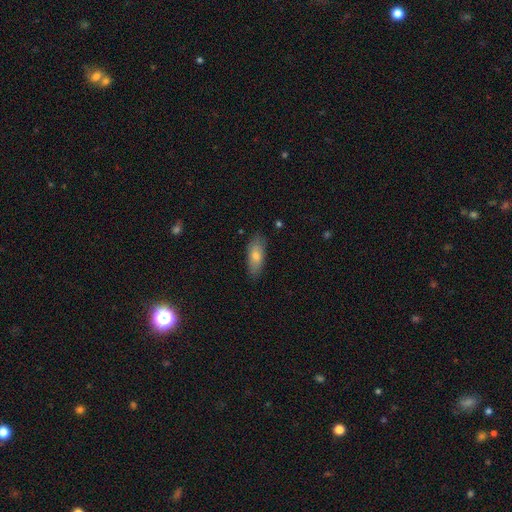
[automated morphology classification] Overall: smooth (71%). How rounded: in between (67%; cigar-shaped 30%). Merging: none (85%).